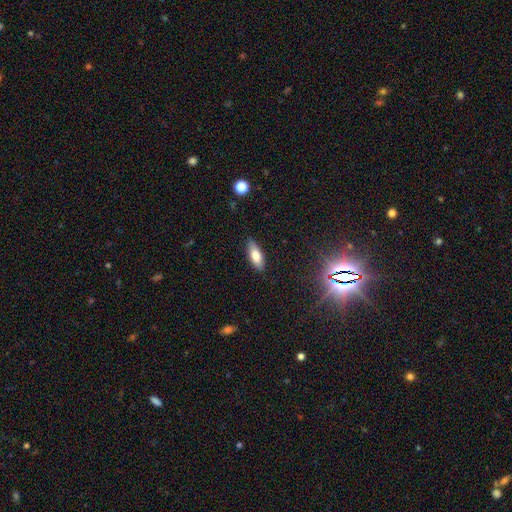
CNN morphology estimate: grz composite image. It shows a smooth galaxy with no disk features (76%) that is in between round and cigar-shaped (74%). Merging: none (87%).